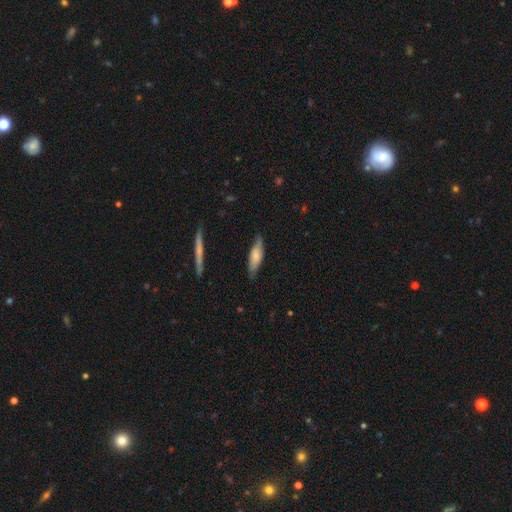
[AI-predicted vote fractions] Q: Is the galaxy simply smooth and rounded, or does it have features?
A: smooth — 62%.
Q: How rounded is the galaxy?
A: cigar-shaped — 52%.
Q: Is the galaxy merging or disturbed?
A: none — 77%.